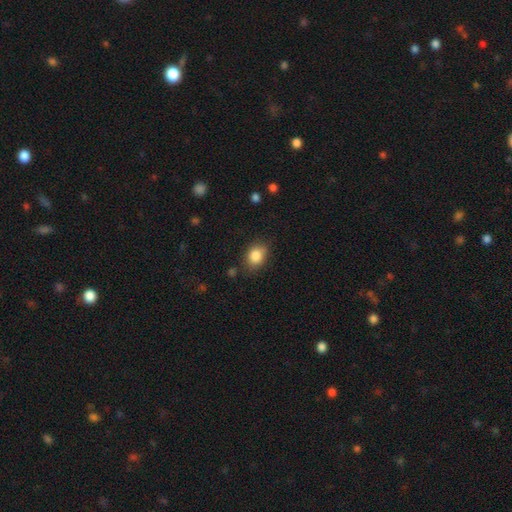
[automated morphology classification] Smooth or featured: smooth — 86% (star or artifact — 9%)
How rounded: in between — 61% (round — 38%)
Merging: none — 77% (minor disturbance — 17%)